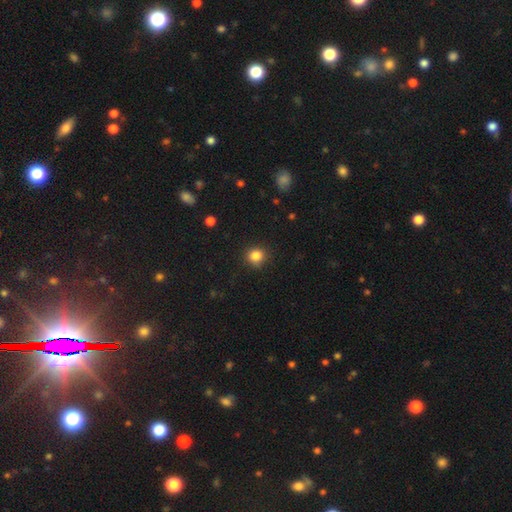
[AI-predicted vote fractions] This is clearly a smooth galaxy (84%). How rounded: clearly round (87%). Merging: clearly none (85%).